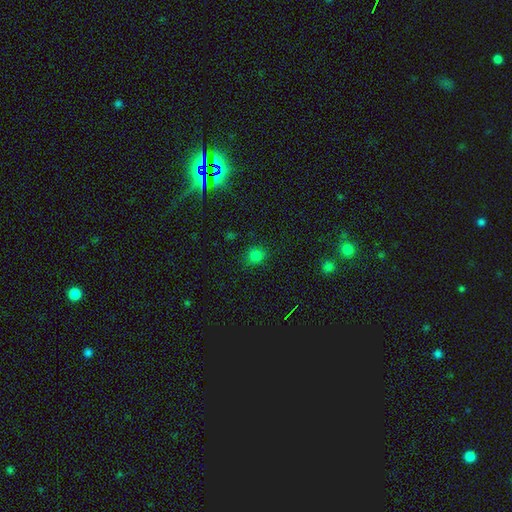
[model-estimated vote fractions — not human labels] Smooth or featured?
  - smooth: 78% *
  - star or artifact: 18%
  - featured or disk: 4%
How rounded?
  - round: 83% *
  - in between: 16%
  - cigar-shaped: 1%
Merging?
  - none: 86% *
  - minor disturbance: 10%
  - major disturbance: 3%
  - merger: 1%